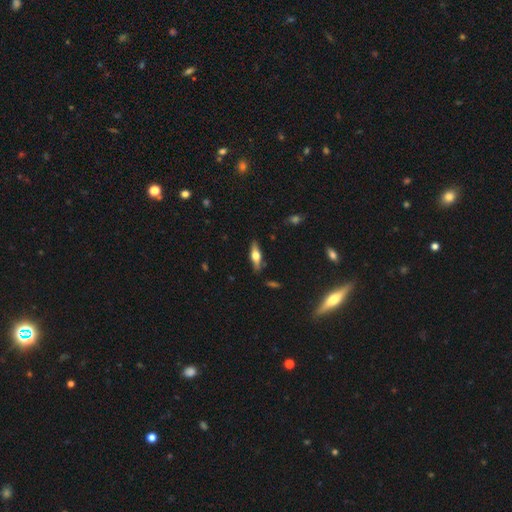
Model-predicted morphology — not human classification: smooth-or-featured: featured or disk: 57% | smooth: 36% | star or artifact: 7%
  disk-edge-on: yes: 93% | no: 7%
    edge-on-bulge: rounded: 94% | boxy: 5% | none: 2%
  merging: none: 85% | minor disturbance: 11% | major disturbance: 2% | merger: 2%